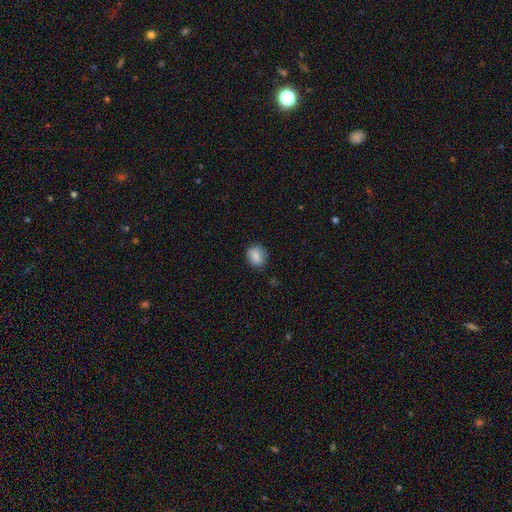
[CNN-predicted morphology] smooth_or_featured: smooth (p=0.84) [alt: star or artifact p=0.08]
how_rounded: in between (p=0.52) [alt: round p=0.47]
merging: none (p=0.78) [alt: minor disturbance p=0.17]